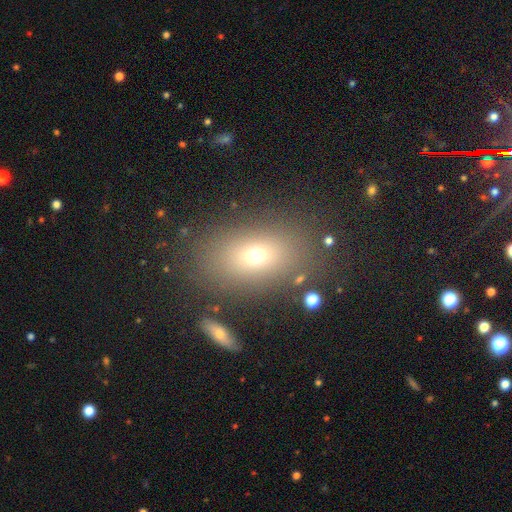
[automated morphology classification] This is likely a smooth galaxy (65%). How rounded: likely in between (75%). Merging: clearly none (80%).